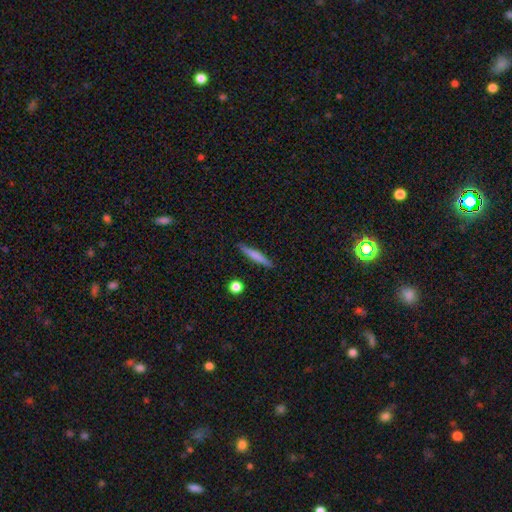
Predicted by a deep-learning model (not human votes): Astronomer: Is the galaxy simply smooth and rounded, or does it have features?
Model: smooth — 66%.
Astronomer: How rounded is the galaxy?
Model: cigar-shaped — 93%.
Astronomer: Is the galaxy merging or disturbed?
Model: none — 88%.